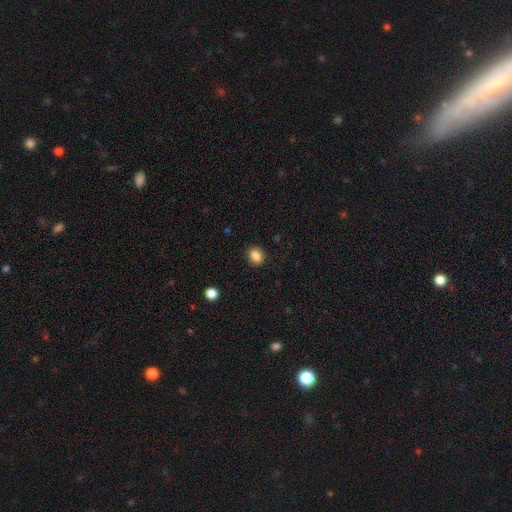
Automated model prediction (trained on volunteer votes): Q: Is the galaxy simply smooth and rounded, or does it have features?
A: smooth — 87%.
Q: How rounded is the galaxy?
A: round — 57%.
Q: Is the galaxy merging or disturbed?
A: none — 89%.